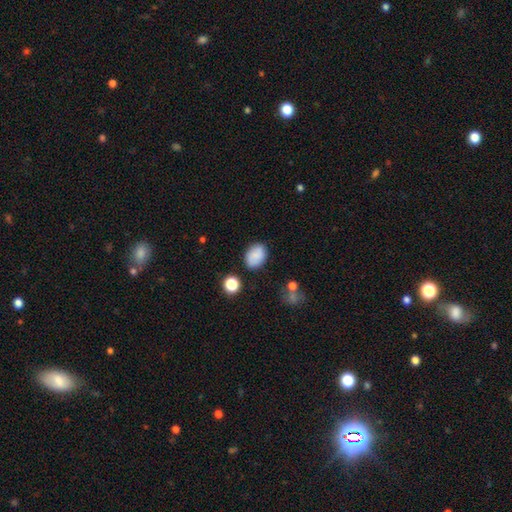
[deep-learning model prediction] Overall: smooth (82%). How rounded: in between (78%). Merging: none (79%).